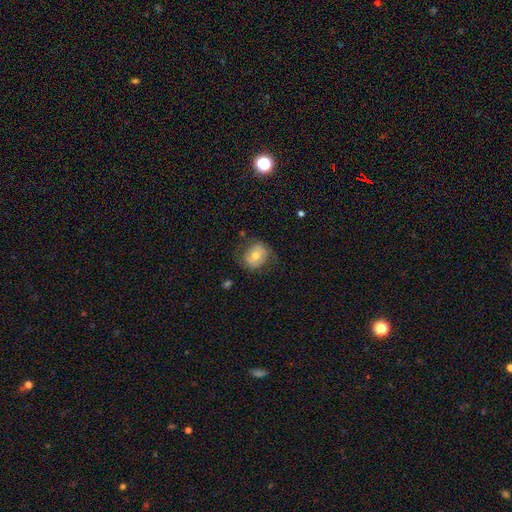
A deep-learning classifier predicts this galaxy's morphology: A smooth galaxy with no disk features (53%) that is round (64%). Merging: none (65%).